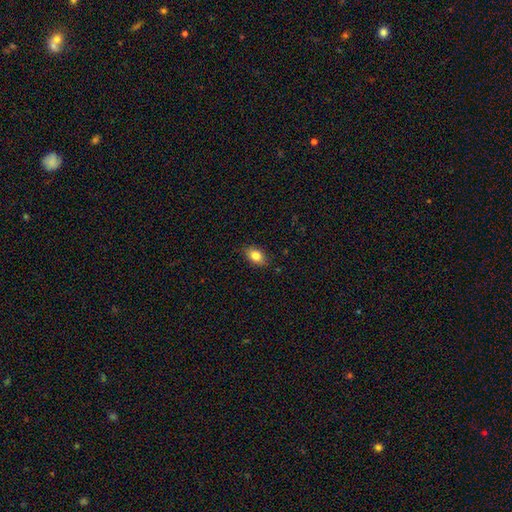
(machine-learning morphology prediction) Overall: smooth (82%). How rounded: in between (83%). Merging: none (86%).